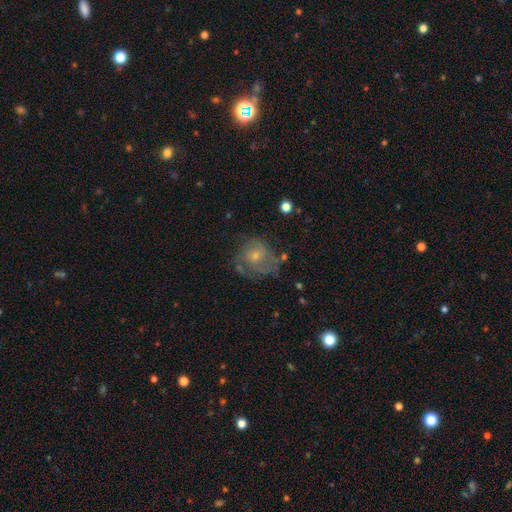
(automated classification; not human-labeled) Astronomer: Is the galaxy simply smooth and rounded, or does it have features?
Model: featured or disk — 59%.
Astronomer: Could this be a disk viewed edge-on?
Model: no — 97%.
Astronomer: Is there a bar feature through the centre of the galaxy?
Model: no — 80%.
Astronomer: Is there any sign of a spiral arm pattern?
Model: yes — 73%.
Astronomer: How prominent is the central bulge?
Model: small — 61%.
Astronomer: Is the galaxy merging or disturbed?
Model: none — 58%.